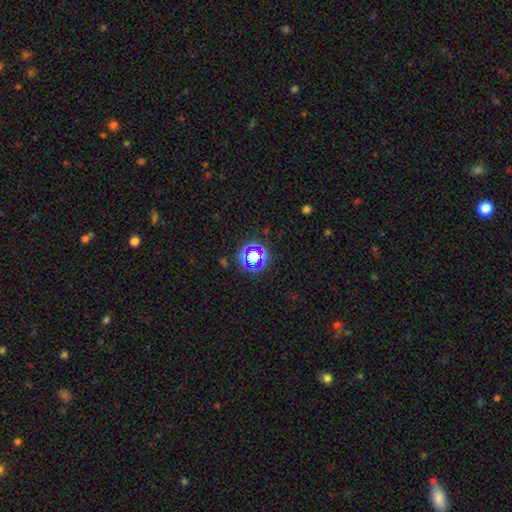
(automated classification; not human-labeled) smooth-or-featured: star or artifact: 62% | smooth: 26% | featured or disk: 11%